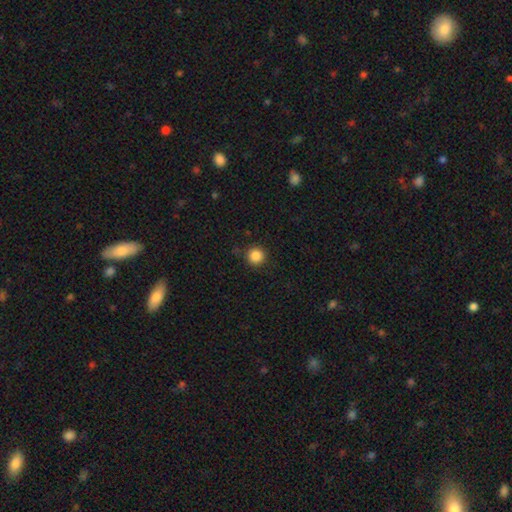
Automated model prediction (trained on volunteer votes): Smooth or featured: smooth — 86% (star or artifact — 11%)
How rounded: round — 95% (in between — 4%)
Merging: none — 90% (minor disturbance — 7%)